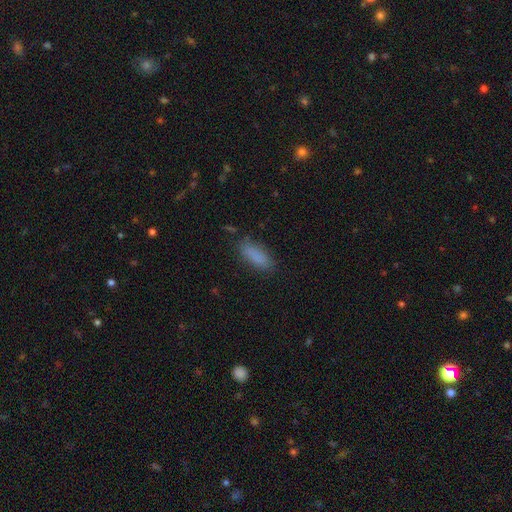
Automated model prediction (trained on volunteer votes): A smooth galaxy with no disk features (85%) that is in between round and cigar-shaped (62%). Merging: none (79%).